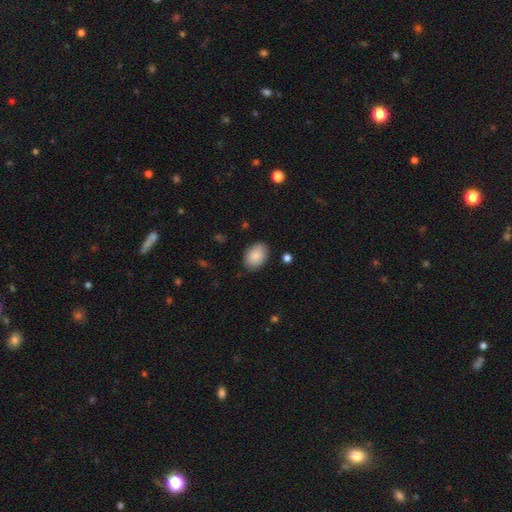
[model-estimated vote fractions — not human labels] smooth_or_featured: smooth (p=0.88) [alt: star or artifact p=0.07]
how_rounded: in between (p=0.84) [alt: round p=0.15]
merging: none (p=0.85) [alt: minor disturbance p=0.11]